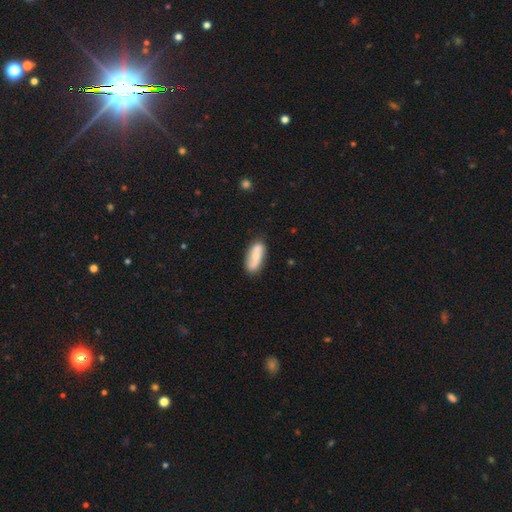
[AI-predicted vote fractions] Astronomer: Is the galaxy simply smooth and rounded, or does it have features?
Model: smooth — 55% (runner-up: featured or disk, 38%).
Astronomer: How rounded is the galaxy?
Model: in between — 78%.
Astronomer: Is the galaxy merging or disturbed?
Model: none — 71%.